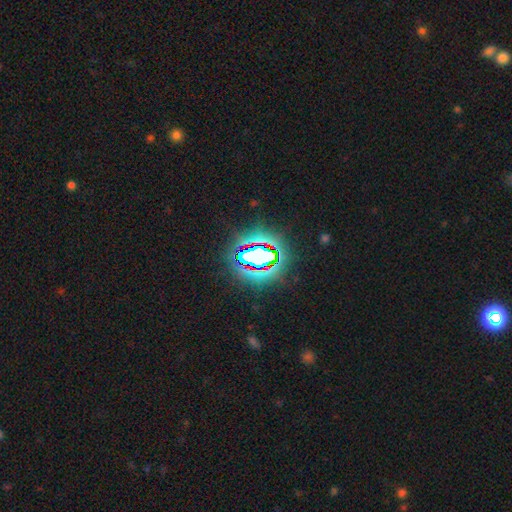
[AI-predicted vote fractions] A star or artifact, not a galaxy (67%).